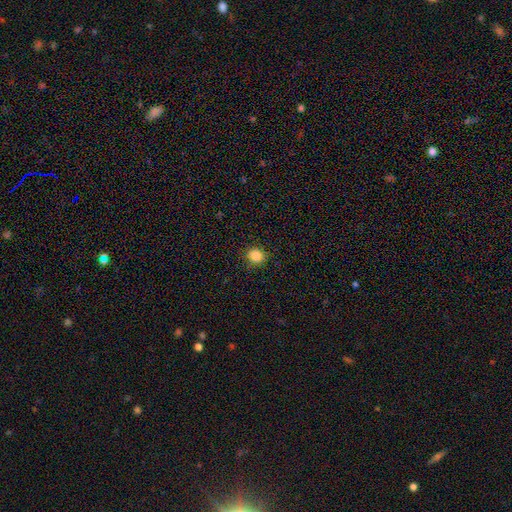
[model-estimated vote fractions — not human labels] Smooth or featured? smooth (85%)
How rounded? round (84%)
Merging? none (89%)